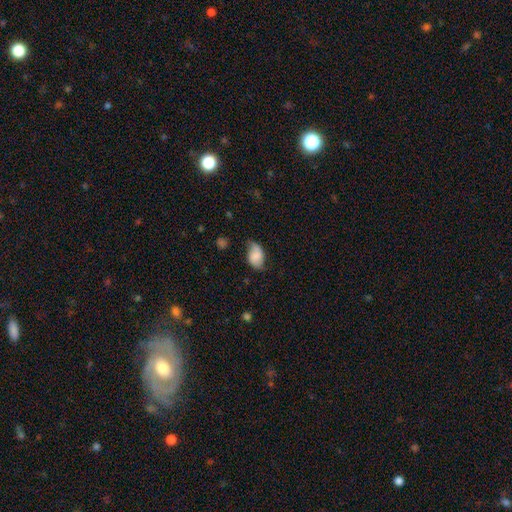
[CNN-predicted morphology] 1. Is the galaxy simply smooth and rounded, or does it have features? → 63% smooth, 29% featured or disk, 9% star or artifact.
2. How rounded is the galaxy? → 88% in between, 10% round, 2% cigar-shaped.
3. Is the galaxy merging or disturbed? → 49% none, 35% minor disturbance, 13% major disturbance, 2% merger.